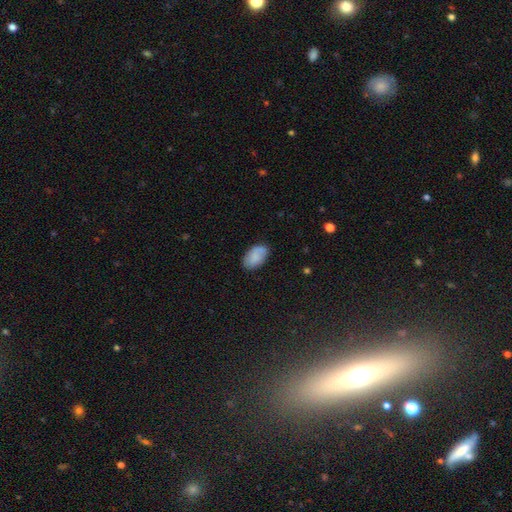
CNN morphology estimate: type=smooth (80%); roundness=in between (92%); merging=none (76%).